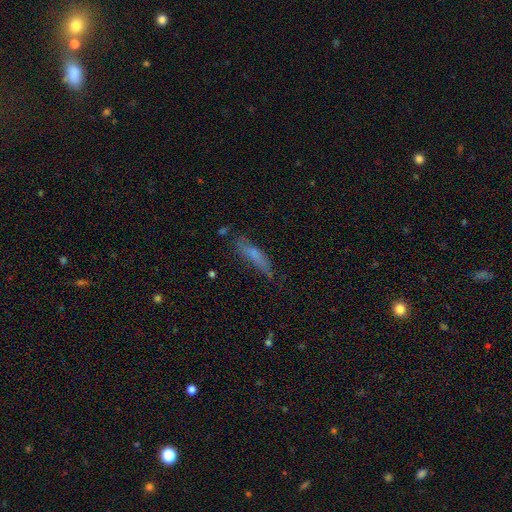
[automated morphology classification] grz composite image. It shows a smooth galaxy with no disk features (66%) that is cigar-shaped (73%). Merging: none (55%).